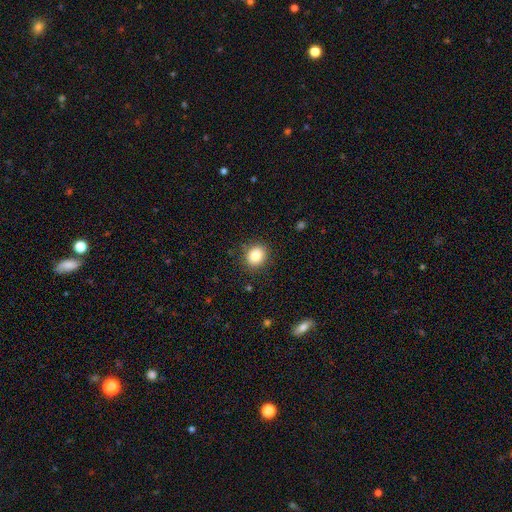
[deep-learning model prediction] Smooth or featured? Predicted: smooth (p=0.84). How rounded? Predicted: round (p=0.73). Merging? Predicted: none (p=0.88).